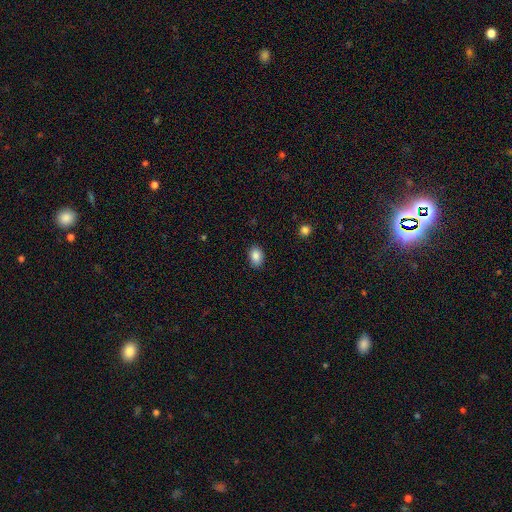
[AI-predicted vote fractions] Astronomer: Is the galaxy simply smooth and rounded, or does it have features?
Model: smooth — 87%.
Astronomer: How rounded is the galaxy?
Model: in between — 80%.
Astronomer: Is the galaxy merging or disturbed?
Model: none — 86%.